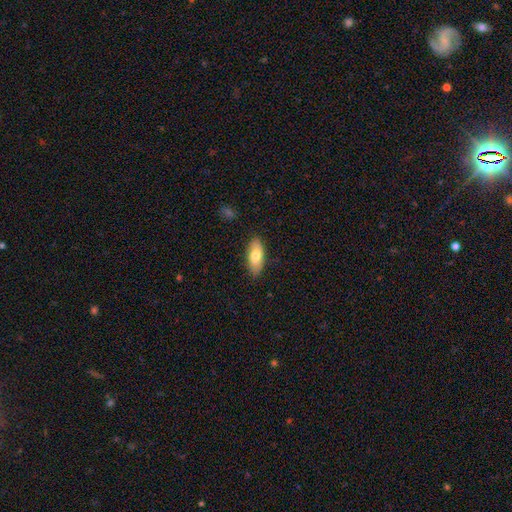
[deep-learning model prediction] Smooth or featured?
  - smooth: 76% *
  - featured or disk: 18%
  - star or artifact: 6%
How rounded?
  - in between: 82% *
  - cigar-shaped: 15%
  - round: 3%
Merging?
  - none: 85% *
  - minor disturbance: 12%
  - major disturbance: 2%
  - merger: 1%